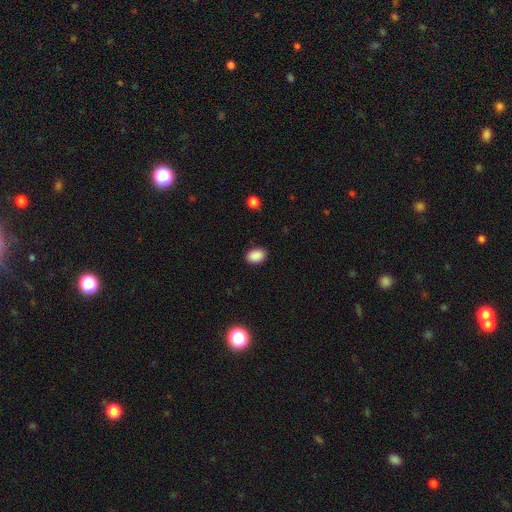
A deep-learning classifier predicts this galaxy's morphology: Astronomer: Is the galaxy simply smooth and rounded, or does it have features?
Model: smooth — 89%.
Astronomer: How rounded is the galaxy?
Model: in between — 79%.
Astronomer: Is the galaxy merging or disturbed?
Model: none — 88%.